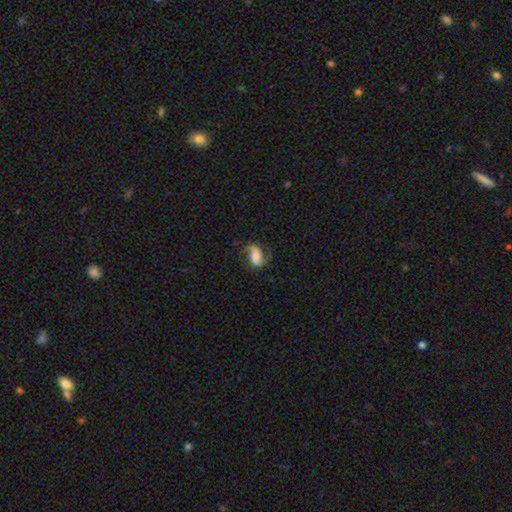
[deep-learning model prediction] A featured or disk galaxy (62%) with no bar (40%), 2 (82%) loose (51%) spiral arms (91%) and a moderate central bulge (38%).

Vote fractions:
- Smooth or featured? featured or disk: 62% / smooth: 30% / star or artifact: 8%
- Edge-on disk? no: 96% / yes: 4%
- Bar? no: 40% / weak: 34% / strong: 26%
- Spiral arms? yes: 91% / no: 9%
- Spiral winding? loose: 51% / medium: 36% / tight: 13%
- Spiral arm count? 2: 82% / 1: 11% / can't tell: 4% / 3: 1% / 4: 1% / more than 4: 1%
- Bulge size? moderate: 38% / small: 28% / large: 20% / none: 10% / dominant: 4%
- Merging? none: 61% / minor disturbance: 22% / major disturbance: 15% / merger: 2%